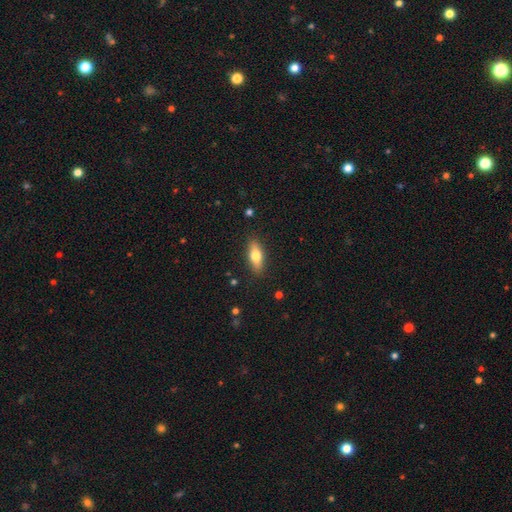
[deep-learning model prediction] Smooth or featured: smooth — 70% (featured or disk — 23%)
How rounded: in between — 70% (cigar-shaped — 27%)
Merging: none — 87% (minor disturbance — 9%)